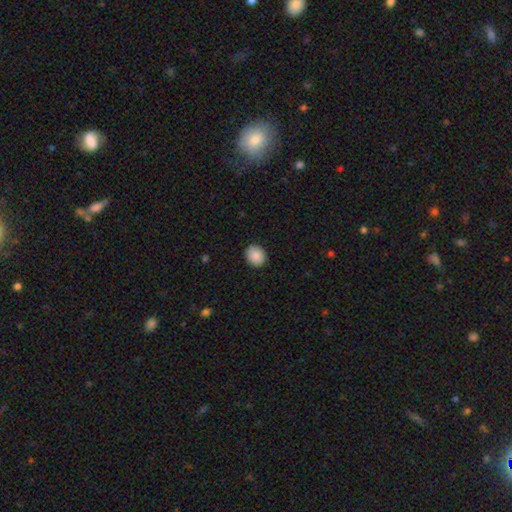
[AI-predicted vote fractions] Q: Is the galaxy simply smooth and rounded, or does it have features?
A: smooth — 89%.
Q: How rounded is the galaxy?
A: round — 64%.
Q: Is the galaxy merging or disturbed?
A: none — 89%.